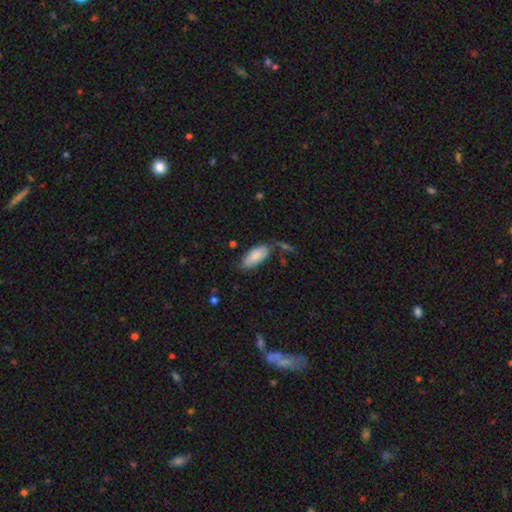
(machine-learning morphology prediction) Smooth or featured? smooth (82%)
How rounded? in between (89%)
Merging? none (59%)